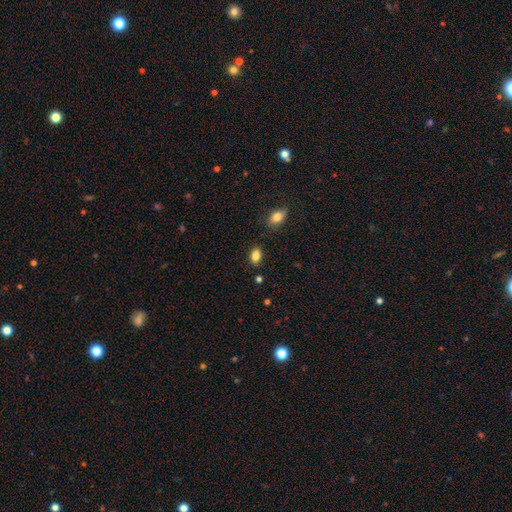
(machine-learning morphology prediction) This is clearly a smooth galaxy (85%). How rounded: clearly in between (87%). Merging: clearly none (85%).